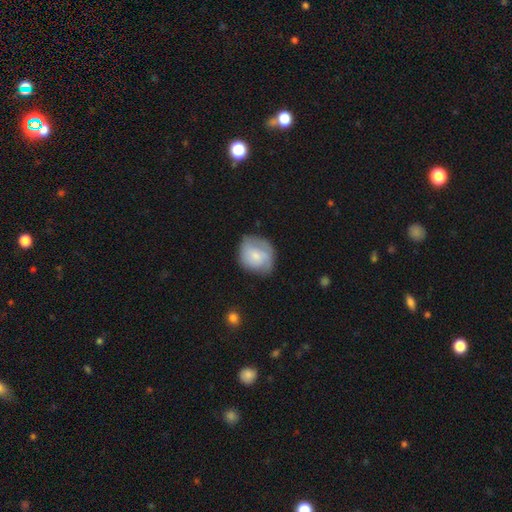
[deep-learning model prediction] Smooth or featured? Predicted: smooth (p=0.61). How rounded? Predicted: round (p=0.65). Merging? Predicted: none (p=0.56).